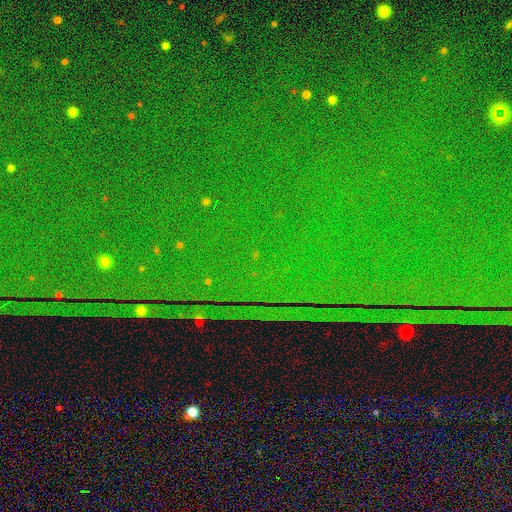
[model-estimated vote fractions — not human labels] A star or artifact, not a galaxy (88%).

Vote fractions:
- Smooth or featured? star or artifact: 88% / featured or disk: 6% / smooth: 6%